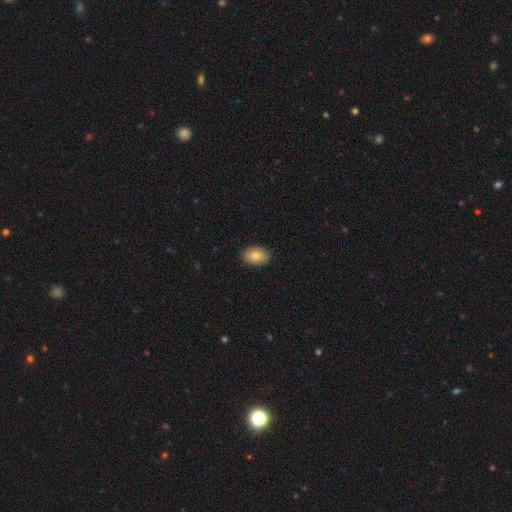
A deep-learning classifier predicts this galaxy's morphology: This appears to be a smooth galaxy with no disk features (81%) that is in between round and cigar-shaped (86%). Merging: none (89%).